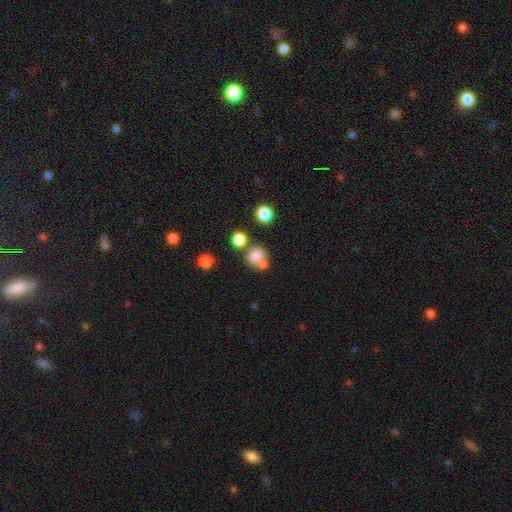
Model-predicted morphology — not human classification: Smooth or featured: smooth — 75% (star or artifact — 13%)
How rounded: round — 71% (in between — 28%)
Merging: none — 45% (merger — 40%)